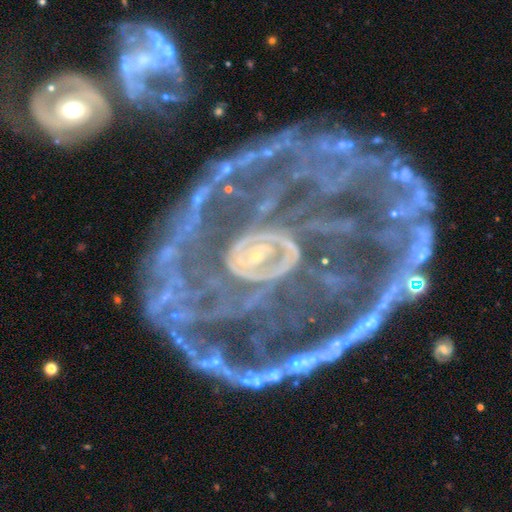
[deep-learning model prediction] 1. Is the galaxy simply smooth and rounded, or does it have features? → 81% featured or disk, 11% star or artifact, 7% smooth.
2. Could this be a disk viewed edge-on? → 96% no, 4% yes.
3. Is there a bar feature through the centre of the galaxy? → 62% no, 22% weak, 17% strong.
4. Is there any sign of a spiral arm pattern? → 83% yes, 17% no.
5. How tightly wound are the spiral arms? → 52% tight, 31% medium, 18% loose.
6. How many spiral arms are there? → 27% can't tell, 26% 2, 15% 3, 11% 1, 11% 4, 10% more than 4.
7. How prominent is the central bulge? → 62% small, 24% moderate, 6% none, 5% large, 3% dominant.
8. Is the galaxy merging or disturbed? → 40% none, 34% major disturbance, 17% minor disturbance, 9% merger.